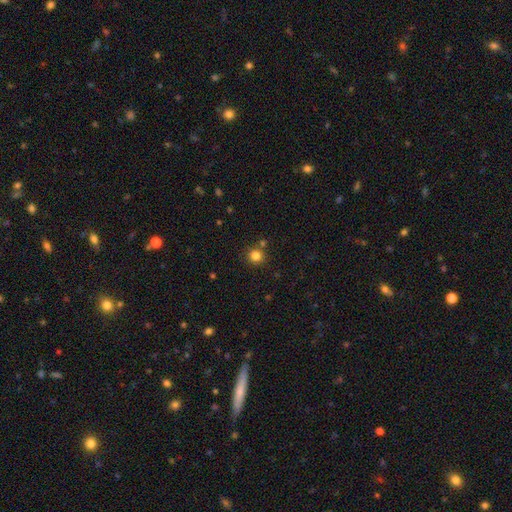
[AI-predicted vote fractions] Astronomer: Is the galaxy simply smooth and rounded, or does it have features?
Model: smooth — 82%.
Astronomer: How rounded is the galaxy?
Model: round — 91%.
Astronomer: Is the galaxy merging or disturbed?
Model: none — 81%.